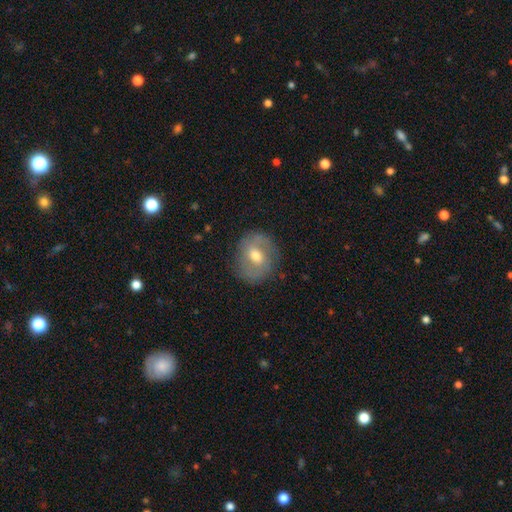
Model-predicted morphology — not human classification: smooth-or-featured: featured or disk: 59% | smooth: 33% | star or artifact: 8%
  disk-edge-on: no: 96% | yes: 4%
    bar: weak: 47% | no: 38% | strong: 15%
    has-spiral-arms: yes: 73% | no: 27%
    bulge-size: moderate: 72% | small: 18% | large: 7% | none: 1% | dominant: 1%
  merging: none: 79% | minor disturbance: 14% | major disturbance: 5% | merger: 1%